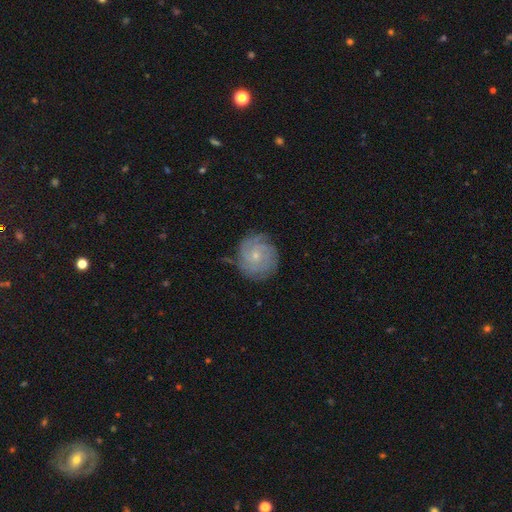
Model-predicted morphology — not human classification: A featured or disk galaxy (77%) with no bar (76%), tight (73%) spiral arms (95%) and a small central bulge (75%).

Vote fractions:
- Smooth or featured? featured or disk: 77% / smooth: 16% / star or artifact: 7%
- Edge-on disk? no: 98% / yes: 2%
- Bar? no: 76% / weak: 21% / strong: 3%
- Spiral arms? yes: 95% / no: 5%
- Spiral winding? tight: 73% / medium: 22% / loose: 5%
- Spiral arm count? can't tell: 33% / 3: 21% / 4: 20% / 2: 13% / more than 4: 7% / 1: 6%
- Bulge size? small: 75% / moderate: 21% / none: 2% / large: 1% / dominant: 1%
- Merging? none: 77% / minor disturbance: 16% / major disturbance: 5% / merger: 1%